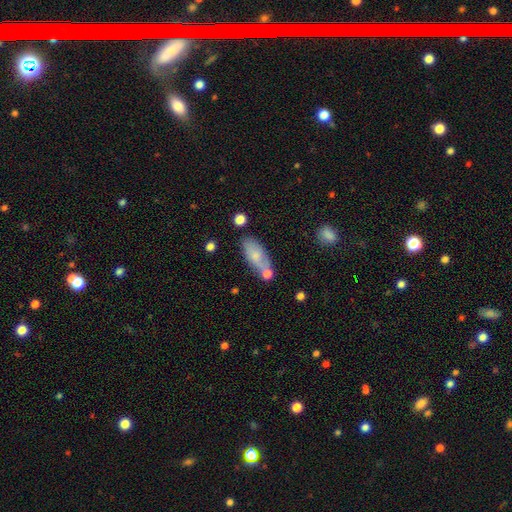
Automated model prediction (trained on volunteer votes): Smooth or featured?
  - smooth: 68% *
  - featured or disk: 24%
  - star or artifact: 7%
How rounded?
  - in between: 79% *
  - cigar-shaped: 17%
  - round: 3%
Merging?
  - none: 62% *
  - minor disturbance: 20%
  - merger: 13%
  - major disturbance: 5%